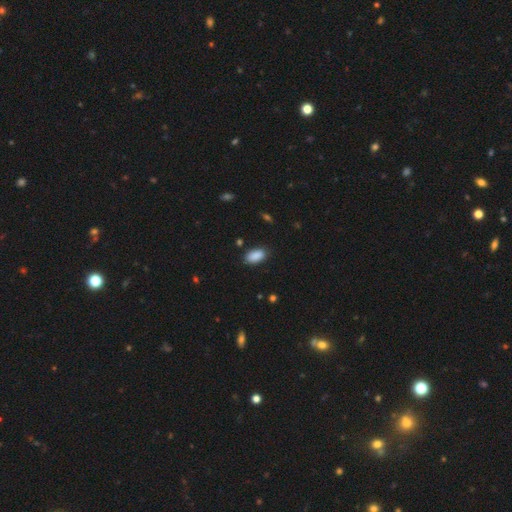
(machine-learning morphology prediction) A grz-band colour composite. It shows a smooth galaxy with no disk features (89%) that is in between round and cigar-shaped (93%). Merging: none (86%).